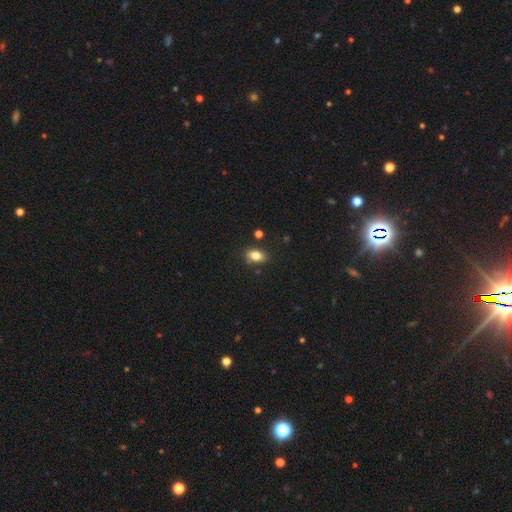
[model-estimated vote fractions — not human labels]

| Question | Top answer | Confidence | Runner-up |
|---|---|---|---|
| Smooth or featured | smooth | 83% | star or artifact (9%) |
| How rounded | in between | 86% | round (11%) |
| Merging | none | 81% | minor disturbance (13%) |